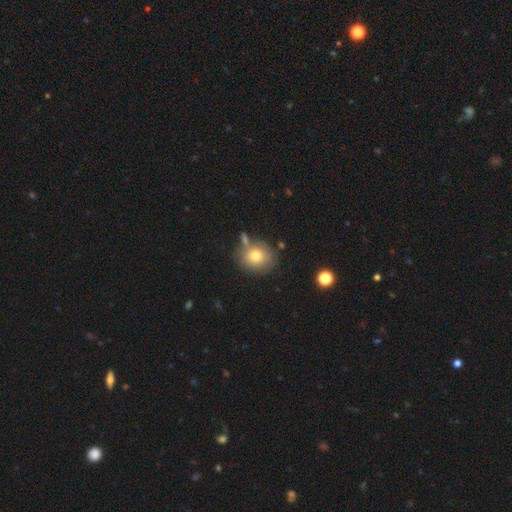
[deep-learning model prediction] The model was most divided on "how rounded": round: 72%, in between: 27%, cigar-shaped: 1%. More confident: smooth or featured — smooth (76%); merging — none (69%).